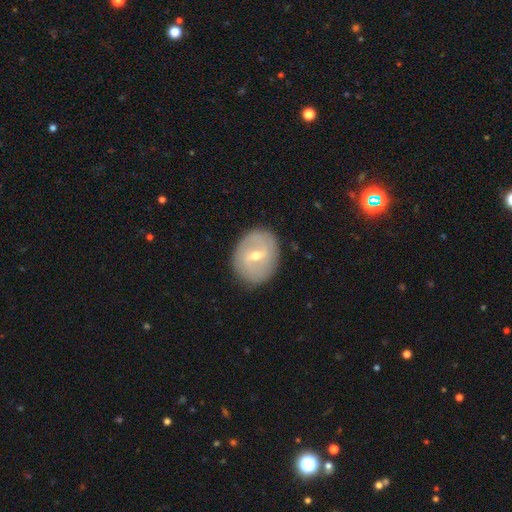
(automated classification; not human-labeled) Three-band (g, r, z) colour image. It shows a featured or disk galaxy (67%) with a weak bar (56%), spiral arms (66%) and a moderate central bulge (50%). Merging: none (84%).